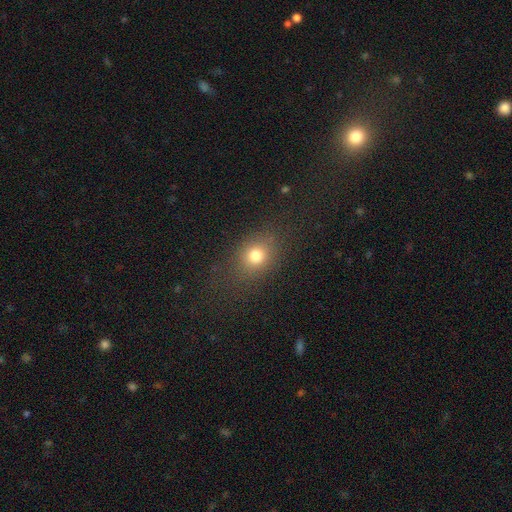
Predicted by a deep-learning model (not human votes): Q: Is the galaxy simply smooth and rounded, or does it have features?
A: smooth — 77%.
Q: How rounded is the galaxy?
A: round — 52%.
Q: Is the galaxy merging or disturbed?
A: none — 77%.